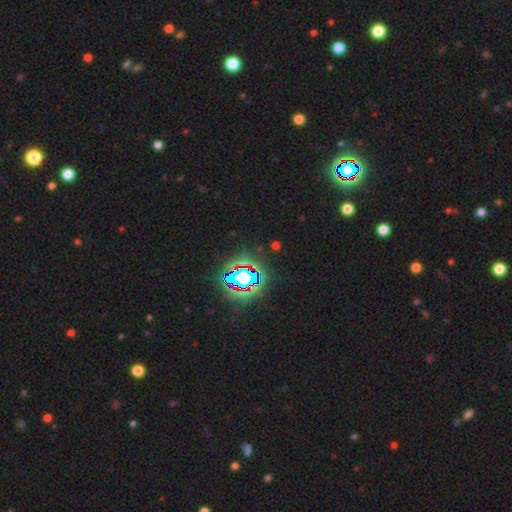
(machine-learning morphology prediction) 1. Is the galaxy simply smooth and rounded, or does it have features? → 82% star or artifact, 11% smooth, 8% featured or disk.